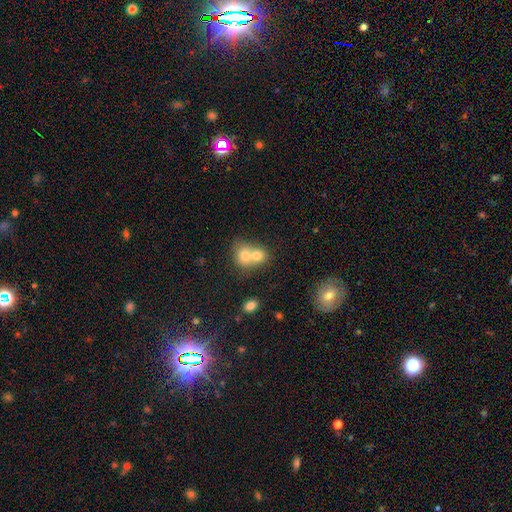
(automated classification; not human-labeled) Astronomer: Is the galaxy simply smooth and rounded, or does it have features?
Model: smooth — 69%.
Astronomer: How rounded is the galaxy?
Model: round — 67%.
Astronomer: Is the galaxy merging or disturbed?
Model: merger — 69%.